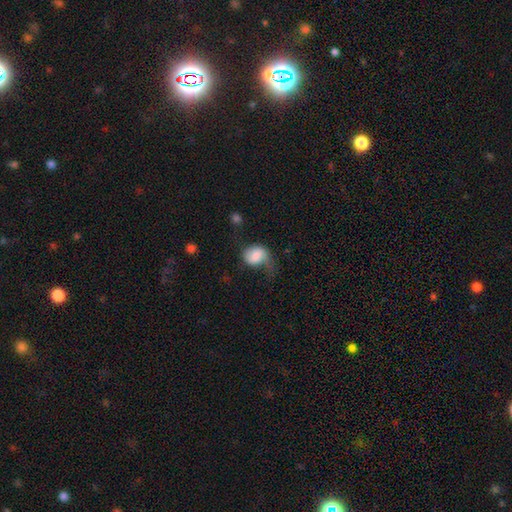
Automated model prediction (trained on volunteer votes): A smooth galaxy with no disk features (71%) that is in between round and cigar-shaped (51%). Merging: major disturbance (38%).